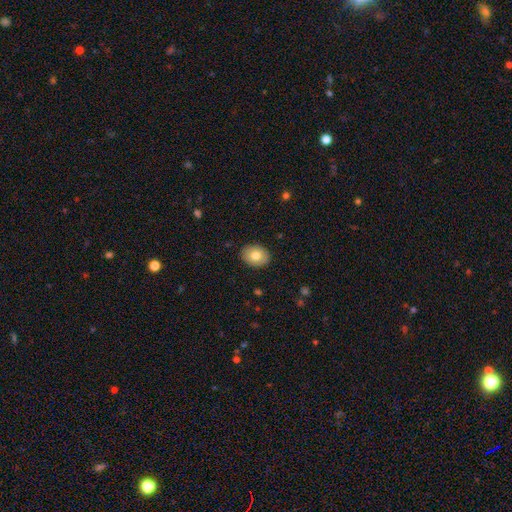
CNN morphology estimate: A smooth galaxy with no disk features (77%) that is in between round and cigar-shaped (63%).

Vote fractions:
- Smooth or featured? smooth: 77% / featured or disk: 16% / star or artifact: 7%
- How rounded? in between: 63% / round: 36% / cigar-shaped: 1%
- Merging? none: 89% / minor disturbance: 8% / major disturbance: 2% / merger: 1%